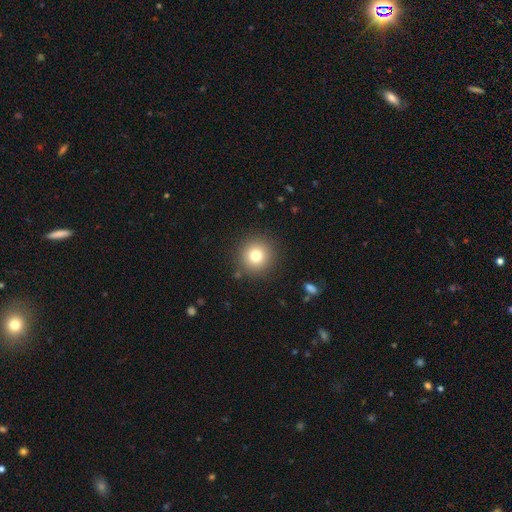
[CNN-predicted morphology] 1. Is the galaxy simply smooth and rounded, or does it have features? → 78% smooth, 12% star or artifact, 10% featured or disk.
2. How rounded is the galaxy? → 94% round, 5% in between, 1% cigar-shaped.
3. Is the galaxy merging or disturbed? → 89% none, 7% minor disturbance, 3% major disturbance, 2% merger.